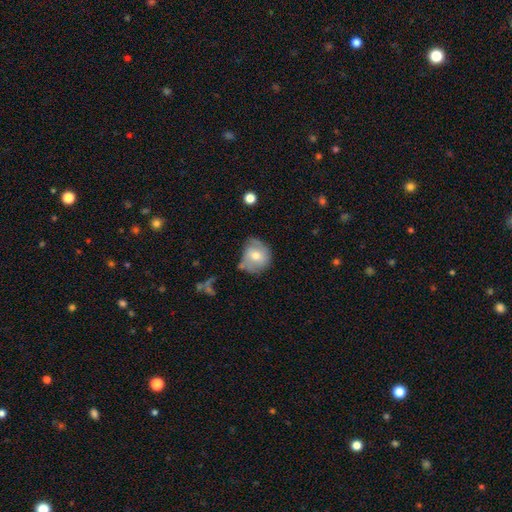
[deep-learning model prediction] The model was most divided on "merging": none: 49%, minor disturbance: 33%, major disturbance: 11%, merger: 7%. More confident: how rounded — round (76%); smooth or featured — smooth (60%).